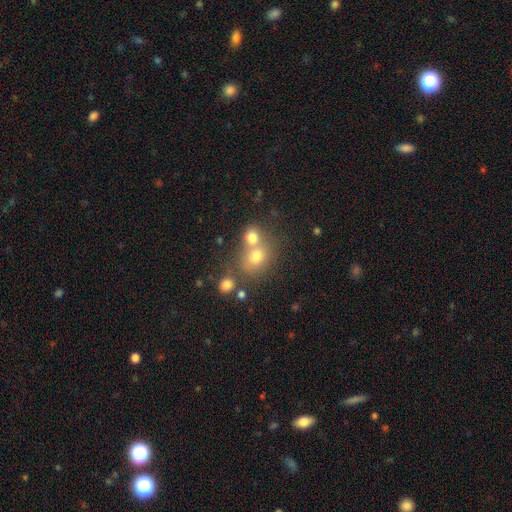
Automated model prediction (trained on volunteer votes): Smooth or featured? Predicted: smooth (p=0.69). How rounded? Predicted: round (p=0.66). Merging? Predicted: merger (p=0.48).